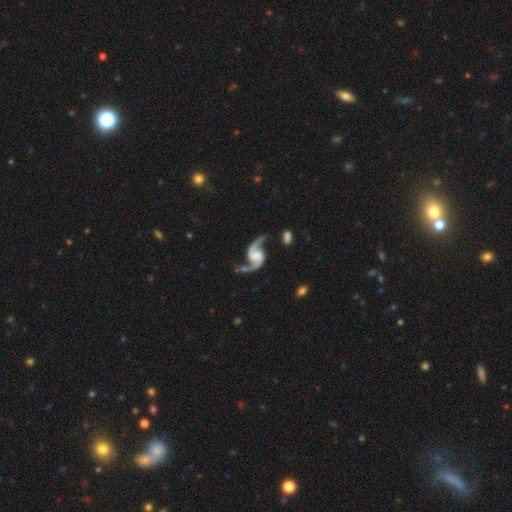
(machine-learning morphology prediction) The model was most divided on "bar": no: 54%, weak: 33%, strong: 13%. More confident: edge-on disk — no (98%); spiral arms — yes (98%); spiral arm count — 2 (94%); smooth or featured — featured or disk (92%); spiral winding — loose (69%); merging — none (66%); bulge size — none (51%).